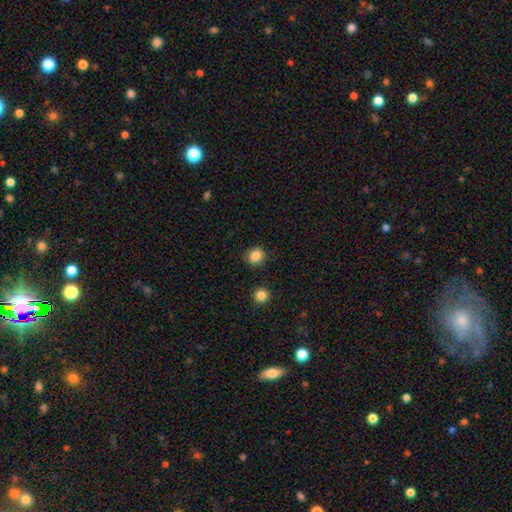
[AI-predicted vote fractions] Morphology: type=smooth (85%); roundness=round (76%); merging=none (87%).